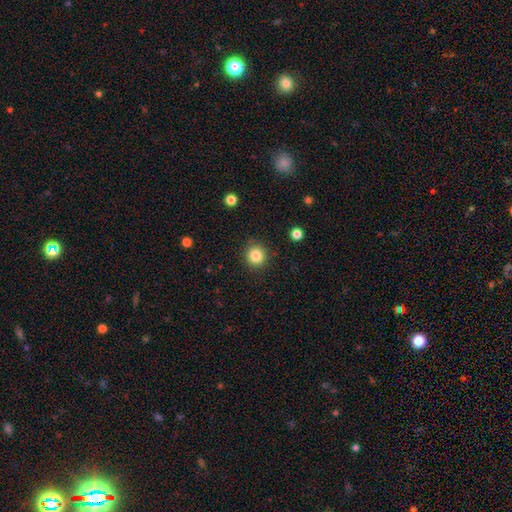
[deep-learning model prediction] A smooth galaxy with no disk features (84%) that is round (92%).

Vote fractions:
- Smooth or featured? smooth: 84% / star or artifact: 11% / featured or disk: 5%
- How rounded? round: 92% / in between: 7% / cigar-shaped: 1%
- Merging? none: 89% / minor disturbance: 7% / major disturbance: 2% / merger: 1%